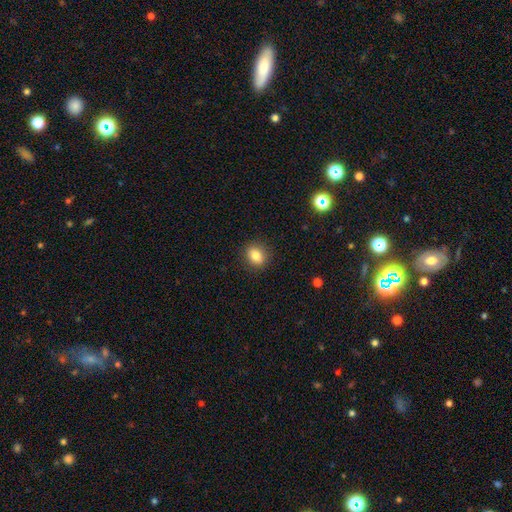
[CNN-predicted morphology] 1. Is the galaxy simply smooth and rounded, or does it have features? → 82% smooth, 10% star or artifact, 8% featured or disk.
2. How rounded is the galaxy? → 53% round, 46% in between, 1% cigar-shaped.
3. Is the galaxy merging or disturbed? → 89% none, 8% minor disturbance, 2% major disturbance, 1% merger.